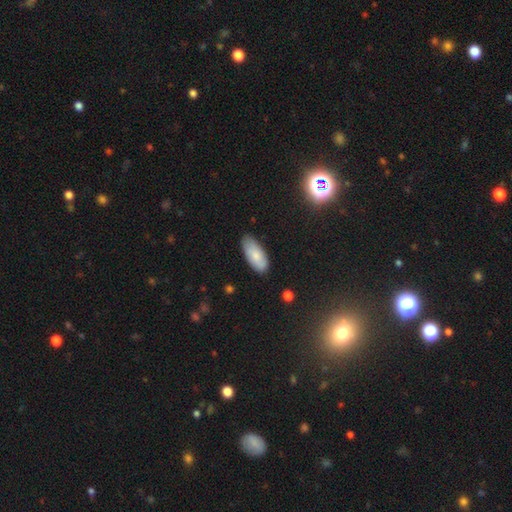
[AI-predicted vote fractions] A smooth galaxy with no disk features (79%) that is in between round and cigar-shaped (87%). Merging: none (78%).